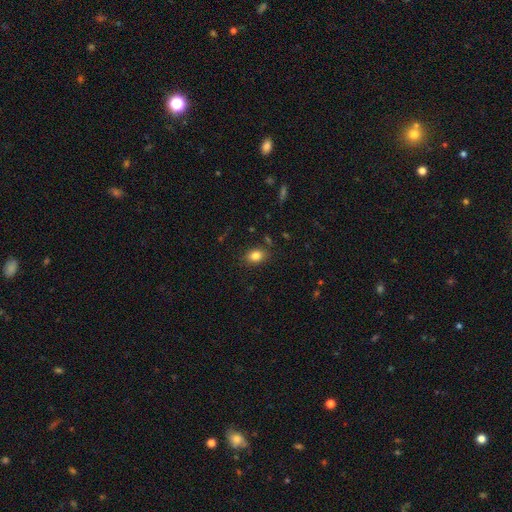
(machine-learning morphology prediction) Q: Smooth or featured?
A: smooth (83%); runner-up: star or artifact (10%)
Q: How rounded?
A: in between (73%); runner-up: round (26%)
Q: Merging?
A: none (84%); runner-up: minor disturbance (11%)